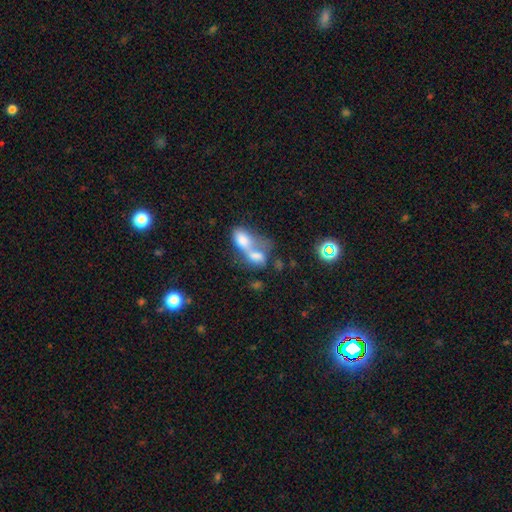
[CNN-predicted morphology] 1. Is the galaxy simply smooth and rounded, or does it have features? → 68% smooth, 21% featured or disk, 11% star or artifact.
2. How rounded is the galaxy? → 82% in between, 14% round, 4% cigar-shaped.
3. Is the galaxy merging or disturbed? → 80% merger, 9% none, 7% major disturbance, 4% minor disturbance.